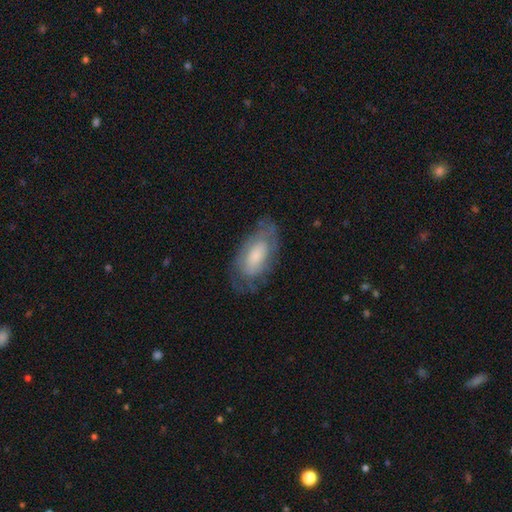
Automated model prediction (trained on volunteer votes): This appears to be a featured or disk galaxy (49%). Merging: none (67%).